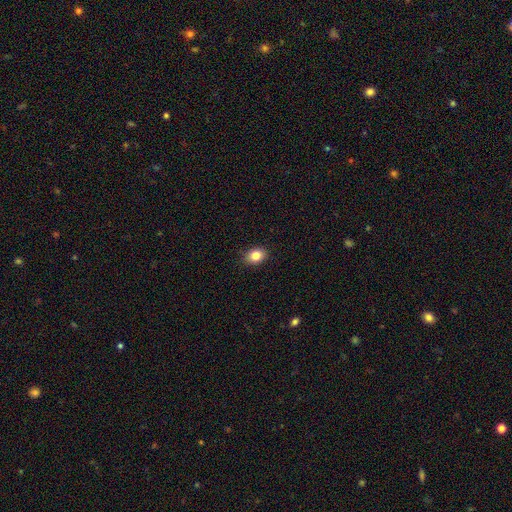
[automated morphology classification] This is clearly a smooth galaxy (84%). How rounded: likely in between (69%). Merging: clearly none (89%).